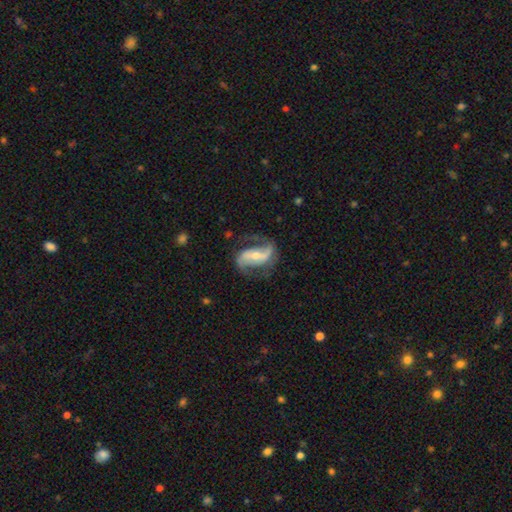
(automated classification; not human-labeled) Smooth or featured? Predicted: featured or disk (p=0.85). Edge-on disk? Predicted: no (p=0.96). Bar? Predicted: strong (p=0.47). Spiral arms? Predicted: yes (p=0.95). Spiral winding? Predicted: loose (p=0.45). Spiral arm count? Predicted: 2 (p=0.89). Bulge size? Predicted: small (p=0.46, tied with moderate). Merging? Predicted: none (p=0.69).